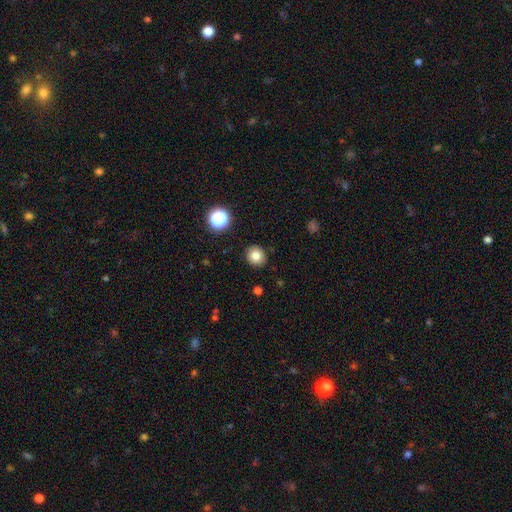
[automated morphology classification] Q: Smooth or featured?
A: smooth (81%); runner-up: star or artifact (12%)
Q: How rounded?
A: round (84%); runner-up: in between (15%)
Q: Merging?
A: none (90%); runner-up: minor disturbance (7%)